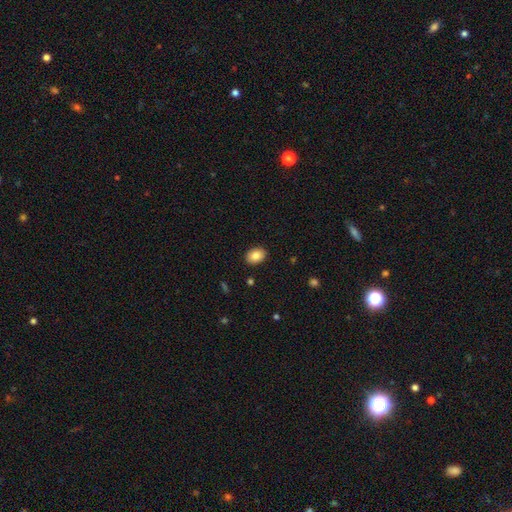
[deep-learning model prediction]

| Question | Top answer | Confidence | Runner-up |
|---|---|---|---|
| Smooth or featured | smooth | 87% | star or artifact (8%) |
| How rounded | in between | 77% | round (22%) |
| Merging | none | 89% | minor disturbance (8%) |